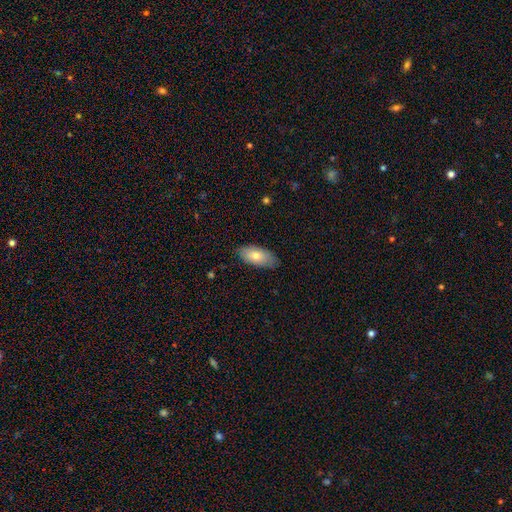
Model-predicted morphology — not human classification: A smooth galaxy with no disk features (74%) that is in between round and cigar-shaped (91%). Merging: none (83%).